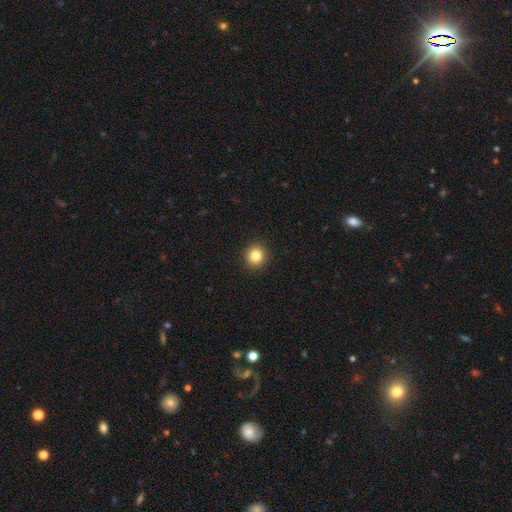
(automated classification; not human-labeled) Overall: smooth (83%). How rounded: round (93%). Merging: none (93%).